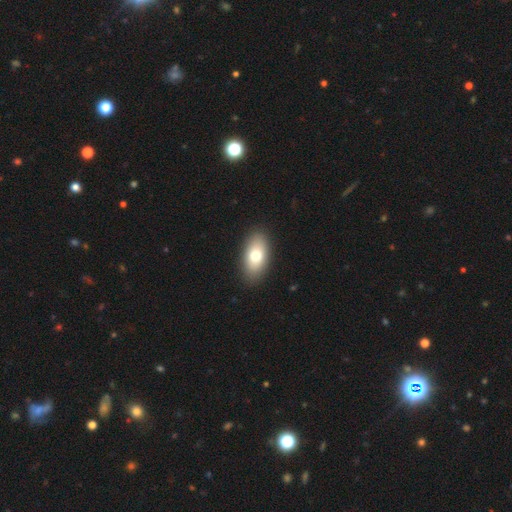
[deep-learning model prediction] Morphology: type=smooth (74%); roundness=in between (91%); merging=none (89%).